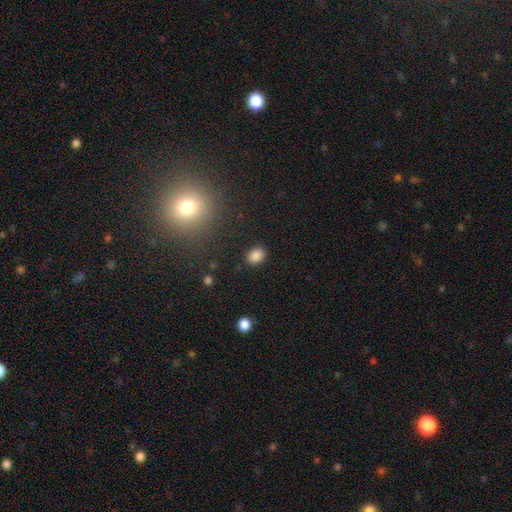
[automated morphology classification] Smooth or featured?
  - smooth: 85% *
  - star or artifact: 10%
  - featured or disk: 4%
How rounded?
  - in between: 64% *
  - round: 35%
  - cigar-shaped: 1%
Merging?
  - none: 86% *
  - minor disturbance: 10%
  - major disturbance: 3%
  - merger: 2%